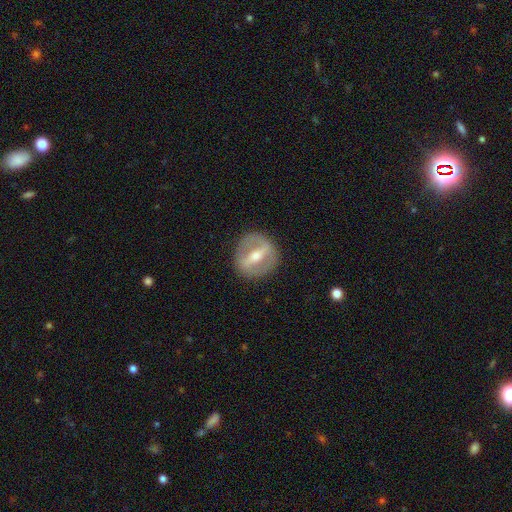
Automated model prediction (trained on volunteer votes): Smooth or featured? featured or disk (74%)
Edge-on disk? no (84%)
Bar? strong (73%)
Spiral arms? no (71%)
Bulge size? moderate (67%)
Merging? none (87%)